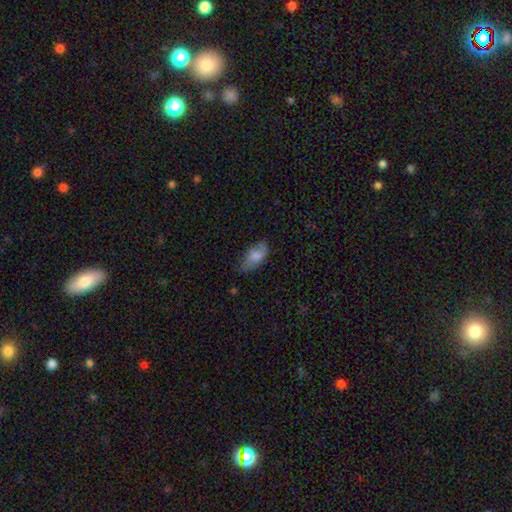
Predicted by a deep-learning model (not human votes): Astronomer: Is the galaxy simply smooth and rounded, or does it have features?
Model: smooth — 66%.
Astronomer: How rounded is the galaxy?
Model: in between — 90%.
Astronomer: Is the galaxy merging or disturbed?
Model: none — 56% (runner-up: minor disturbance, 33%).